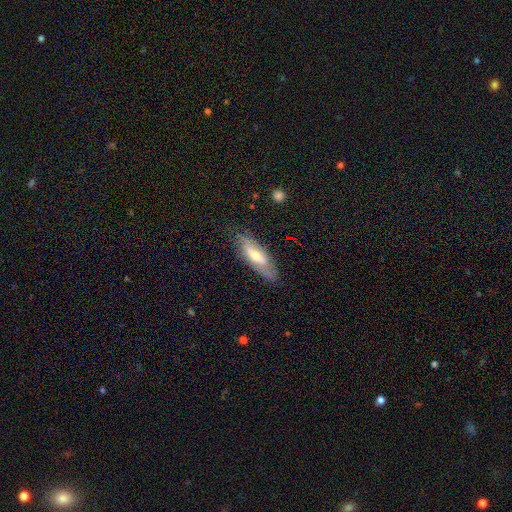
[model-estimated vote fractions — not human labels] A featured or disk galaxy (53%). Merging: none (74%).